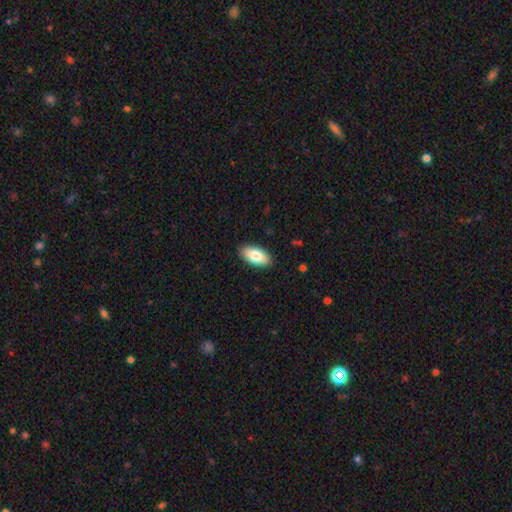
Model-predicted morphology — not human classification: Smooth or featured? smooth (84%)
How rounded? in between (94%)
Merging? none (90%)